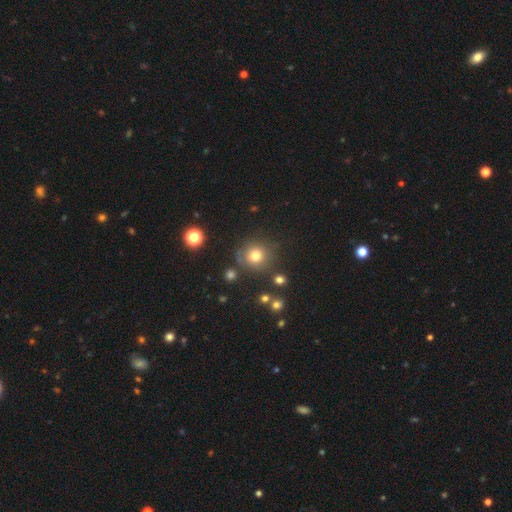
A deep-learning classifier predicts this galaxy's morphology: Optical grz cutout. It shows a smooth galaxy with no disk features (75%) that is round (91%). Merging: none (79%).